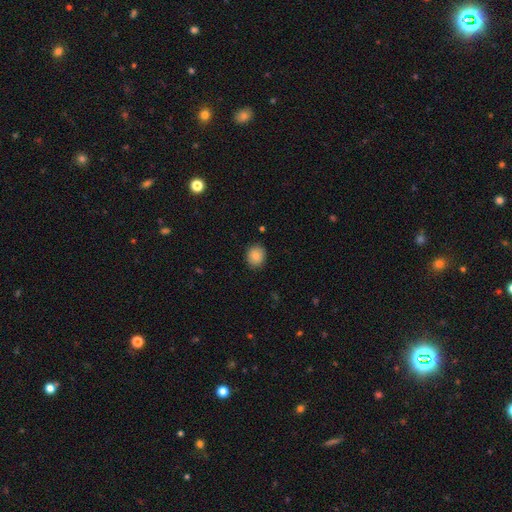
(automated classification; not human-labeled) The model was most divided on "how rounded": round: 65%, in between: 34%, cigar-shaped: 1%. More confident: merging — none (86%); smooth or featured — smooth (85%).